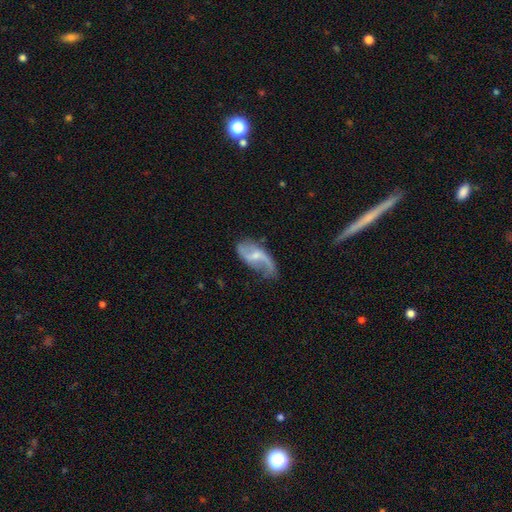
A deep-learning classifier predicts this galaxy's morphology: smooth-or-featured: featured or disk: 80% | smooth: 15% | star or artifact: 6%
  disk-edge-on: no: 96% | yes: 4%
    bar: weak: 50% | no: 33% | strong: 17%
    has-spiral-arms: yes: 92% | no: 8%
      spiral-winding: loose: 79% | medium: 17% | tight: 4%
      spiral-arm-count: 2: 83% | 1: 10% | can't tell: 4% | 3: 1% | 4: 1% | more than 4: 1%
    bulge-size: small: 57% | moderate: 32% | none: 9% | large: 2% | dominant: 1%
  merging: none: 58% | minor disturbance: 25% | major disturbance: 14% | merger: 2%